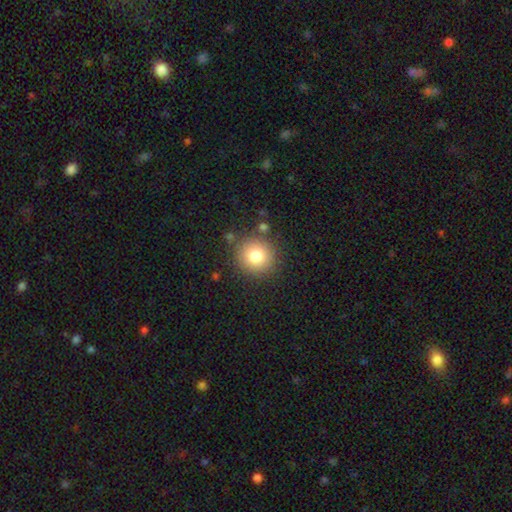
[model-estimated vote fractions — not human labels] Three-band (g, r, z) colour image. It shows a smooth galaxy with no disk features (79%) that is round (92%). Merging: none (84%).